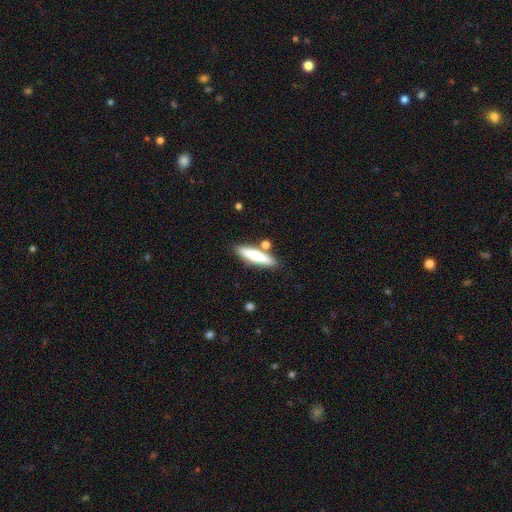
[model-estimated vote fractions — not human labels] Smooth or featured? smooth (63%)
How rounded? cigar-shaped (75%)
Merging? none (78%)